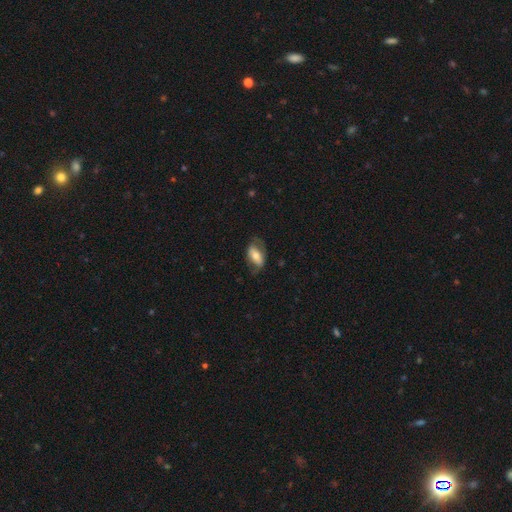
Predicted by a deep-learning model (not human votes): Smooth or featured? Predicted: smooth (p=0.50). How rounded? Predicted: in between (p=0.89). Merging? Predicted: none (p=0.64).